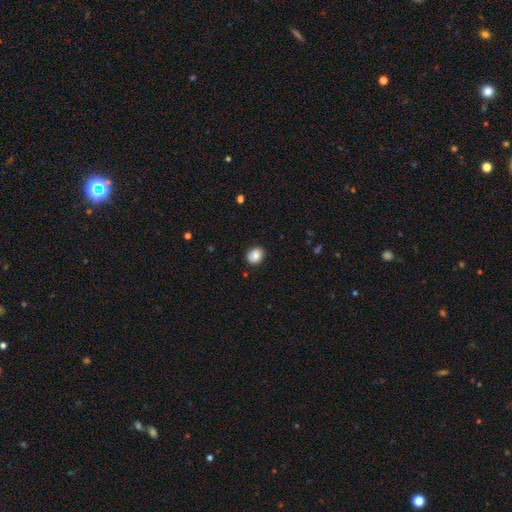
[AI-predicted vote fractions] smooth-or-featured: smooth: 81% | featured or disk: 10% | star or artifact: 8%
  how-rounded: round: 54% | in between: 45% | cigar-shaped: 1%
  merging: none: 85% | minor disturbance: 12% | major disturbance: 2% | merger: 1%